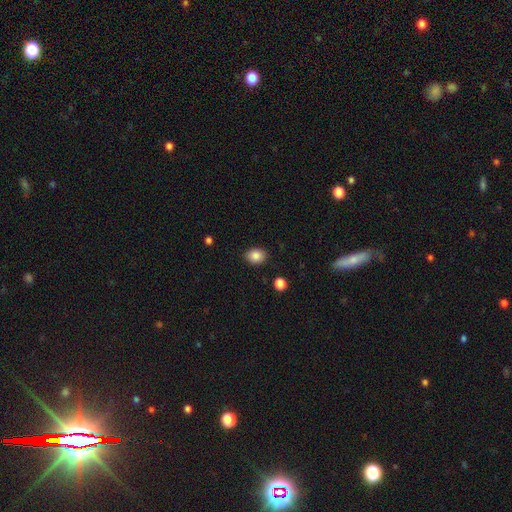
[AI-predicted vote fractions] This appears to be a smooth galaxy with no disk features (86%) that is in between round and cigar-shaped (58%). Merging: none (87%).